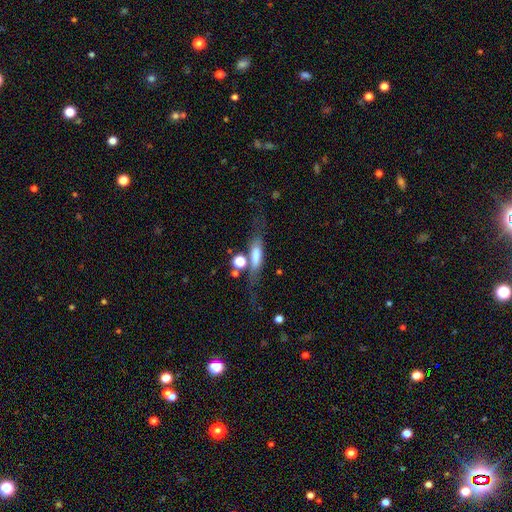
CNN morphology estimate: smooth 56%, featured or disk 34%, star or artifact 10%. Down the decision tree: how rounded — cigar-shaped (60%); merging — none (53%).